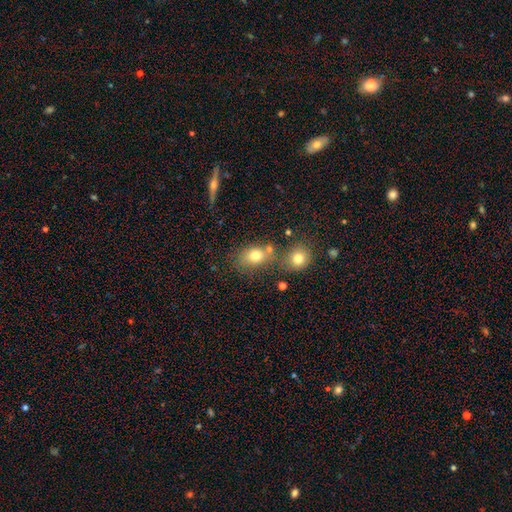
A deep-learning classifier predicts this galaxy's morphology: The model was most divided on "how rounded": in between: 63%, round: 35%, cigar-shaped: 2%. More confident: smooth or featured — smooth (75%); merging — none (55%).